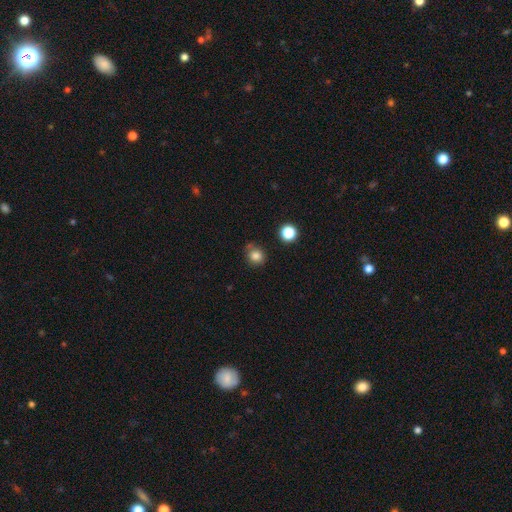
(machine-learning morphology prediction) Smooth or featured?
  - smooth: 82% *
  - star or artifact: 12%
  - featured or disk: 5%
How rounded?
  - round: 83% *
  - in between: 16%
  - cigar-shaped: 1%
Merging?
  - none: 71% *
  - minor disturbance: 19%
  - merger: 6%
  - major disturbance: 5%